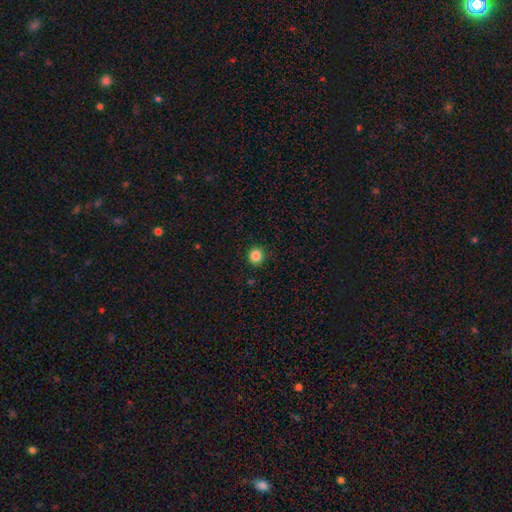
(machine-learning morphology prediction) Smooth or featured? smooth (86%)
How rounded? round (85%)
Merging? none (90%)